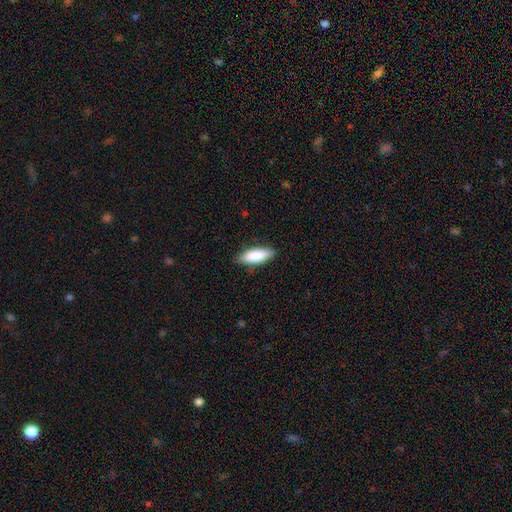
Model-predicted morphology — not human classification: The model was most divided on "how rounded": in between: 64%, cigar-shaped: 34%, round: 2%. More confident: smooth or featured — smooth (85%); merging — none (85%).